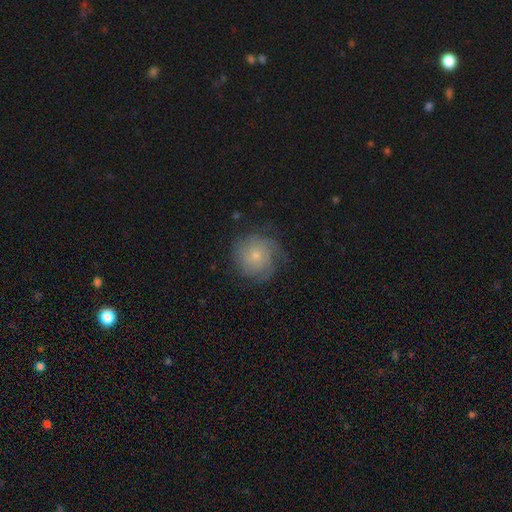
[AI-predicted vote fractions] smooth-or-featured: smooth: 53% | featured or disk: 38% | star or artifact: 9%
  how-rounded: round: 91% | in between: 8% | cigar-shaped: 1%
  merging: none: 68% | minor disturbance: 21% | major disturbance: 10% | merger: 1%